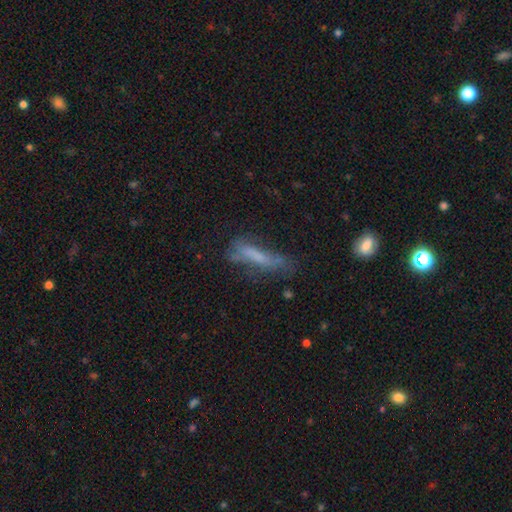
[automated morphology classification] A smooth galaxy with no disk features (52%) that is cigar-shaped (76%).

Vote fractions:
- Smooth or featured? smooth: 52% / featured or disk: 35% / star or artifact: 13%
- How rounded? cigar-shaped: 76% / in between: 22% / round: 2%
- Merging? none: 42% / minor disturbance: 28% / major disturbance: 25% / merger: 5%